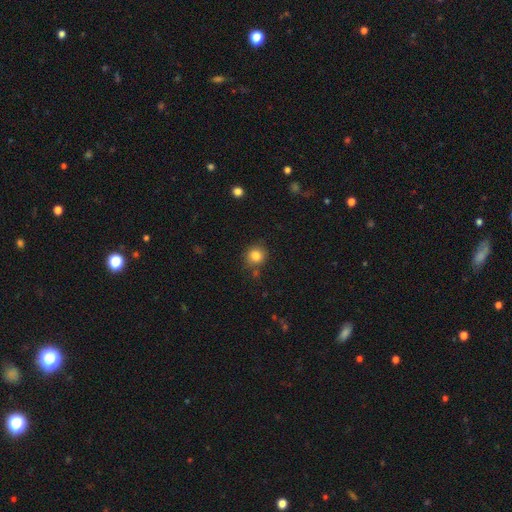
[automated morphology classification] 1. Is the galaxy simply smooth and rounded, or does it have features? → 83% smooth, 11% star or artifact, 6% featured or disk.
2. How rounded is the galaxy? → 87% round, 12% in between, 1% cigar-shaped.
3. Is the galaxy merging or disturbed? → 79% none, 13% minor disturbance, 5% merger, 3% major disturbance.